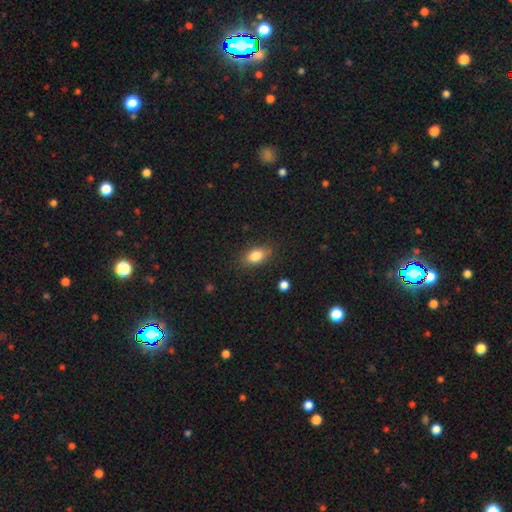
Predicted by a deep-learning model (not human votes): Morphology: type=smooth (83%); roundness=in between (83%); merging=none (82%).